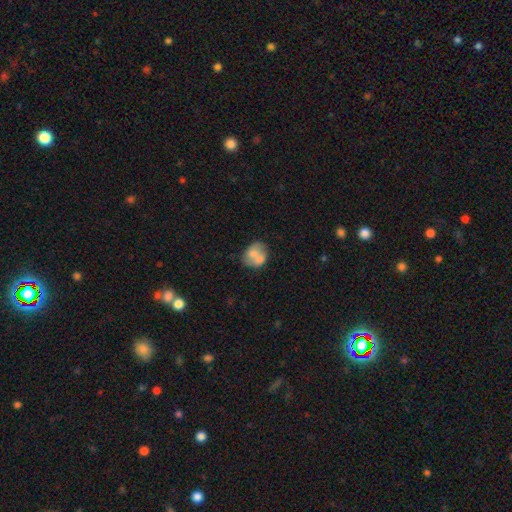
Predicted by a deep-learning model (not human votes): smooth_or_featured: smooth (p=0.61) [alt: featured or disk p=0.32]
how_rounded: in between (p=0.51) [alt: round p=0.48]
merging: merger (p=0.50) [alt: none p=0.29]